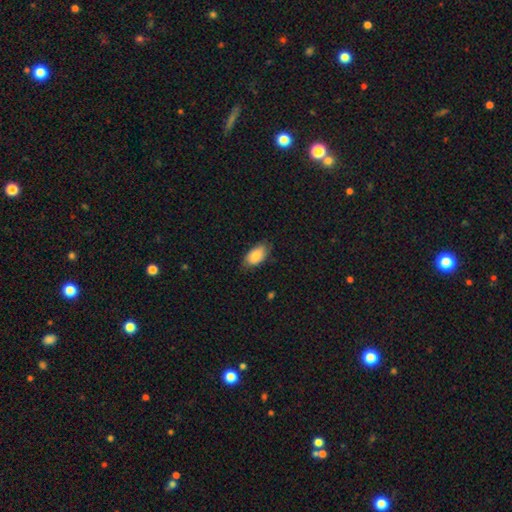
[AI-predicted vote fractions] This appears to be a smooth galaxy with no disk features (83%) that is in between round and cigar-shaped (93%). Merging: none (74%).